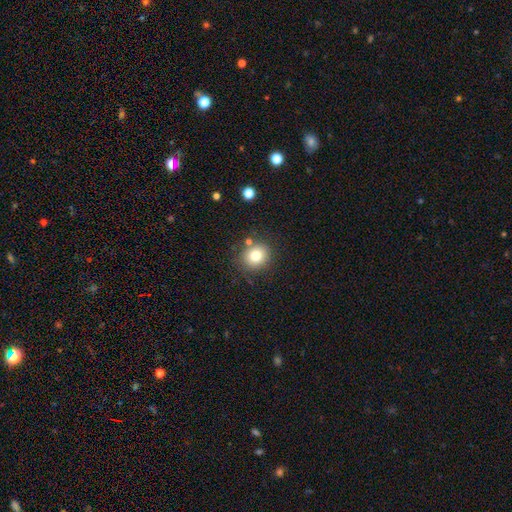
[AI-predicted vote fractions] Overall: smooth (78%). How rounded: round (80%). Merging: none (80%).